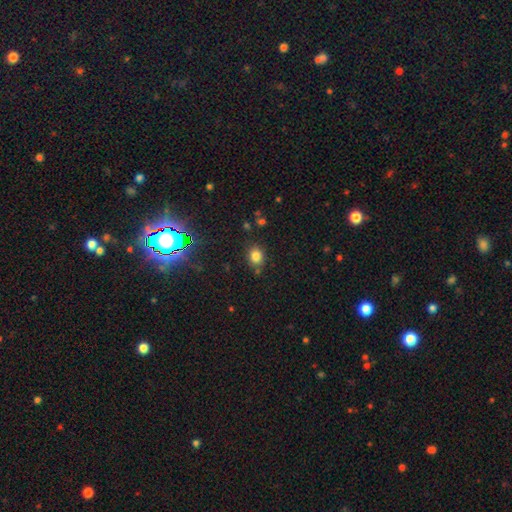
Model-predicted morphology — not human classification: Smooth or featured? smooth (78%)
How rounded? round (60%)
Merging? none (80%)